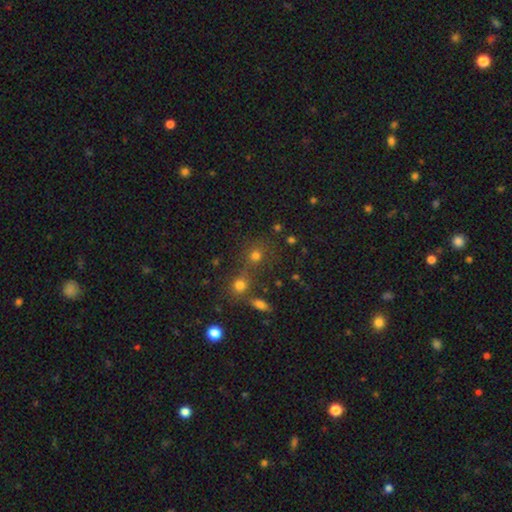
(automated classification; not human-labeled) Overall: smooth (73%). How rounded: round (84%). Merging: none (57%; merger 30%).